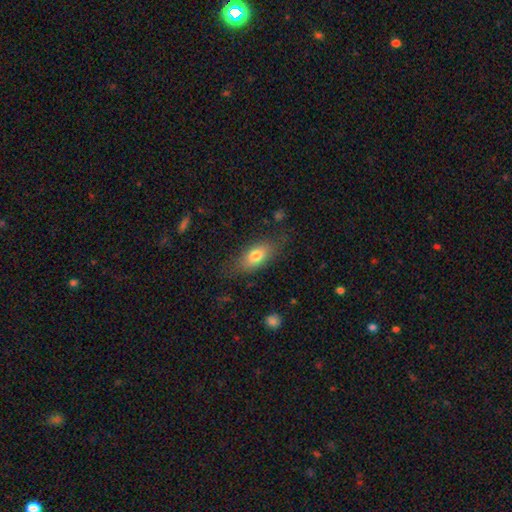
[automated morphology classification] Smooth or featured? Predicted: smooth (p=0.75). How rounded? Predicted: in between (p=0.83). Merging? Predicted: none (p=0.74).